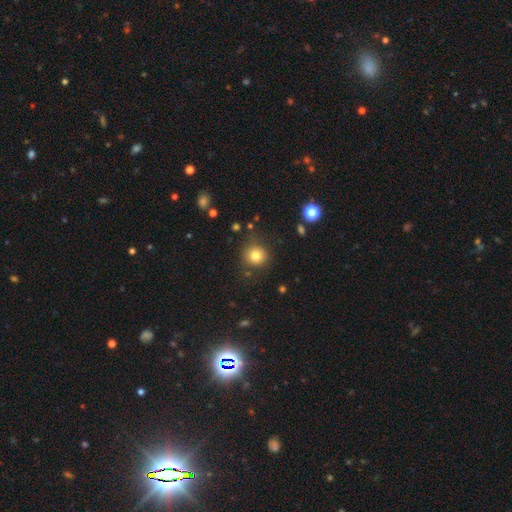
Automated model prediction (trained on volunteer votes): Overall: smooth (79%). How rounded: round (91%). Merging: none (81%).